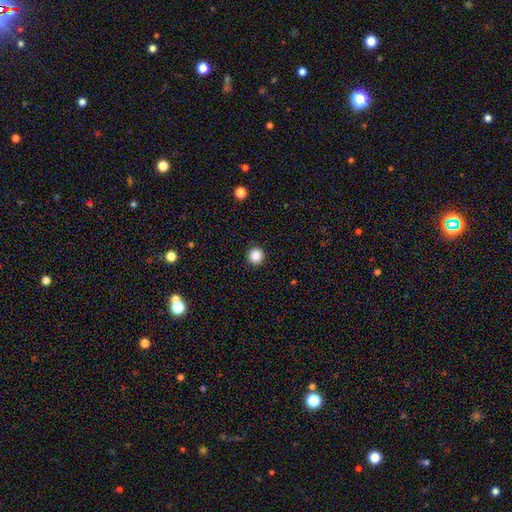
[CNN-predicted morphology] Smooth or featured: smooth — 87% (star or artifact — 10%)
How rounded: round — 95% (in between — 4%)
Merging: none — 93% (minor disturbance — 4%)